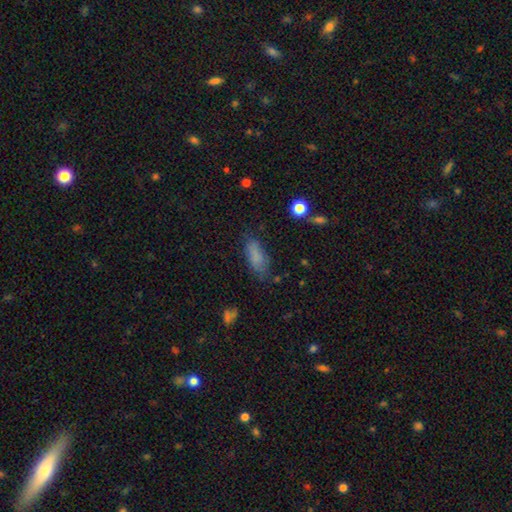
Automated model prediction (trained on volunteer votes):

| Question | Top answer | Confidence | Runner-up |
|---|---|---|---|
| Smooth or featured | smooth | 80% | star or artifact (10%) |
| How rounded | in between | 76% | cigar-shaped (21%) |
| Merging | none | 66% | minor disturbance (23%) |